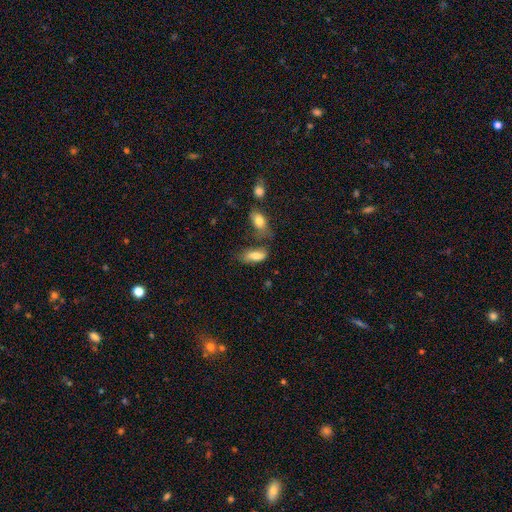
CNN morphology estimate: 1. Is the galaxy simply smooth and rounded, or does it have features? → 79% smooth, 13% featured or disk, 8% star or artifact.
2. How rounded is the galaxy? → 81% in between, 16% cigar-shaped, 3% round.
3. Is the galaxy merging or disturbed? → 49% none, 26% minor disturbance, 15% merger, 10% major disturbance.